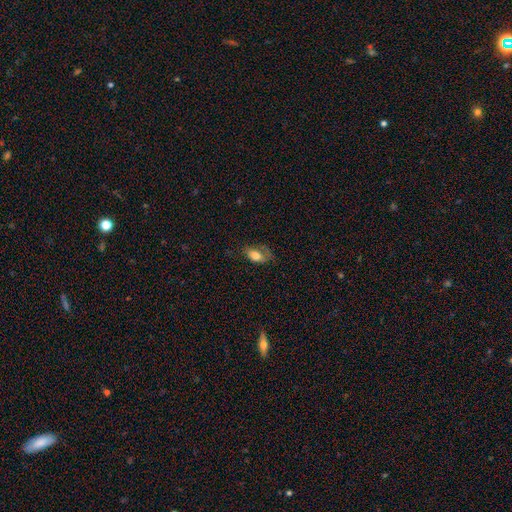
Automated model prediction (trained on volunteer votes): Smooth or featured? smooth (74%)
How rounded? in between (88%)
Merging? none (45%)